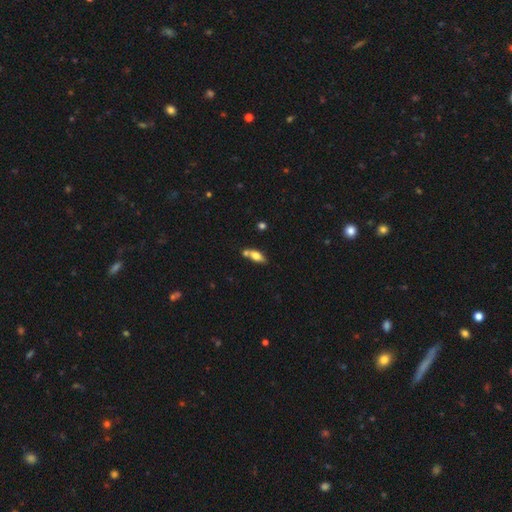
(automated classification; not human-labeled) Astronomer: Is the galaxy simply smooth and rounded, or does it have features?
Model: smooth — 62%.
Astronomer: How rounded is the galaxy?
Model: in between — 67%.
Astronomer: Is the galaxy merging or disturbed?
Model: none — 54%.